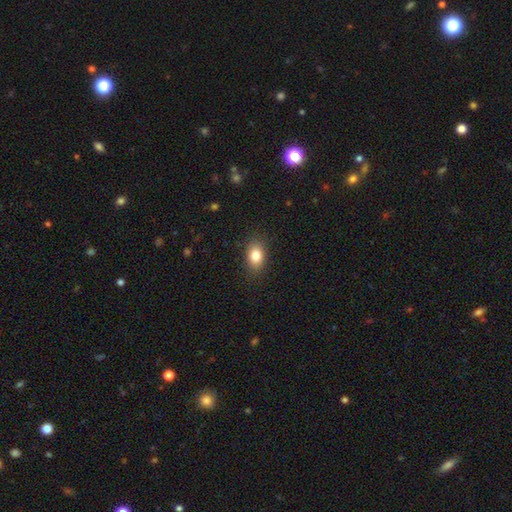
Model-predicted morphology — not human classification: Smooth or featured? Predicted: smooth (p=0.84). How rounded? Predicted: in between (p=0.81). Merging? Predicted: none (p=0.86).